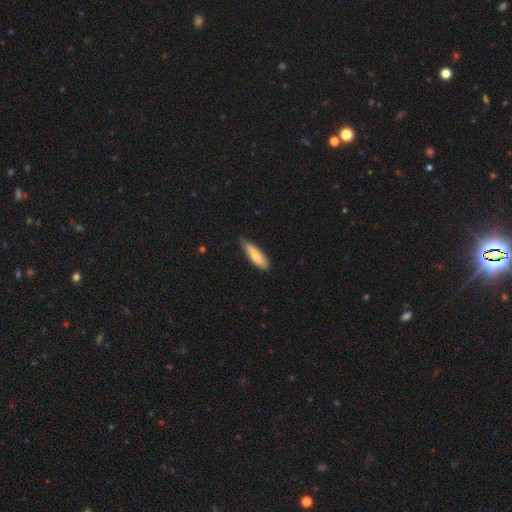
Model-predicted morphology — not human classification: type=smooth (75%); roundness=cigar-shaped (54%); merging=none (70%).